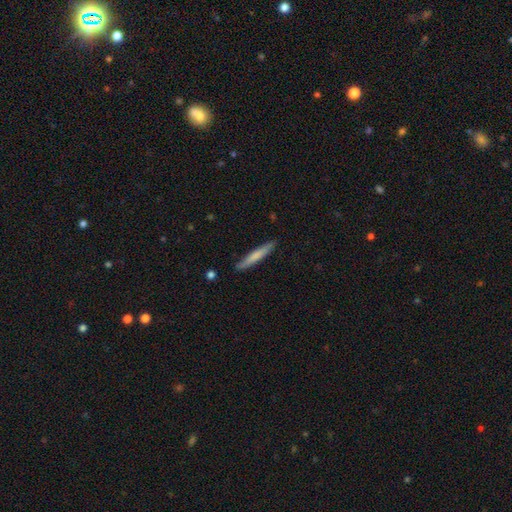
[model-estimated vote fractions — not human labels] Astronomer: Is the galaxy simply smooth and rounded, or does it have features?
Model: smooth — 68%.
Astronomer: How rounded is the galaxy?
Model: cigar-shaped — 95%.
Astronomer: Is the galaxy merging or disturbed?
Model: none — 89%.